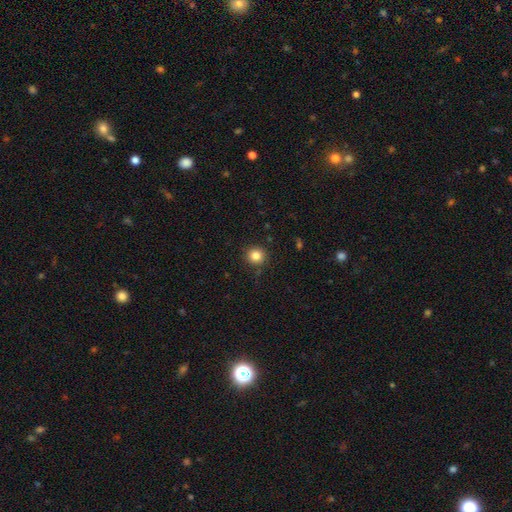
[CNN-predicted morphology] Q: Smooth or featured?
A: smooth (84%); runner-up: star or artifact (11%)
Q: How rounded?
A: round (92%); runner-up: in between (7%)
Q: Merging?
A: none (89%); runner-up: minor disturbance (8%)